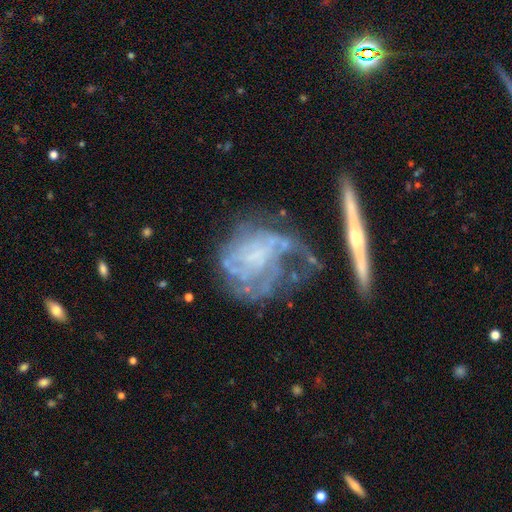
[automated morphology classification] Smooth or featured? featured or disk (77%)
Edge-on disk? no (93%)
Bar? no (75%)
Spiral arms? yes (65%)
Bulge size? none (64%)
Merging? none (39%)